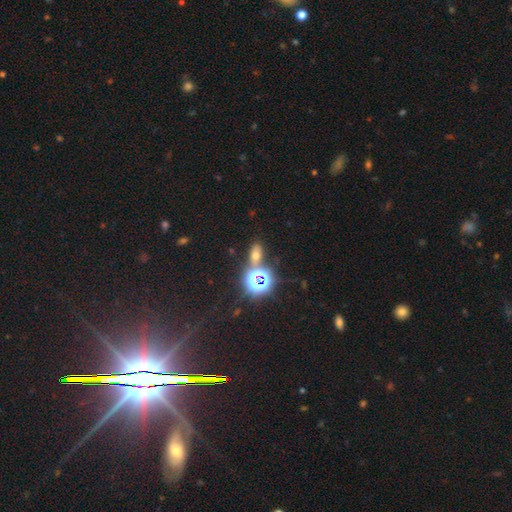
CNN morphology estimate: Q: Smooth or featured?
A: smooth (52%); runner-up: star or artifact (37%)
Q: How rounded?
A: in between (75%); runner-up: round (19%)
Q: Merging?
A: none (74%); runner-up: merger (12%)